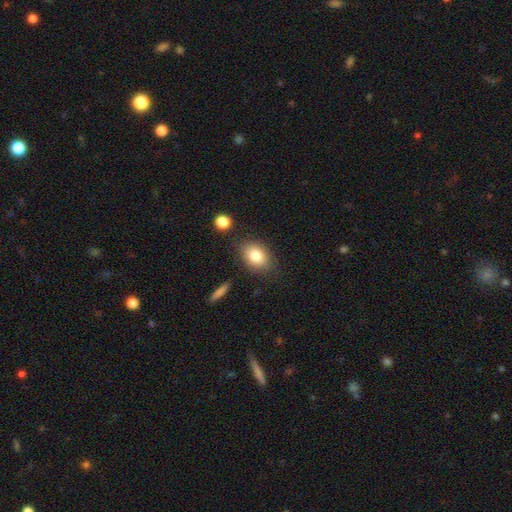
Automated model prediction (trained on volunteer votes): Overall: smooth (82%). How rounded: in between (75%). Merging: none (79%).